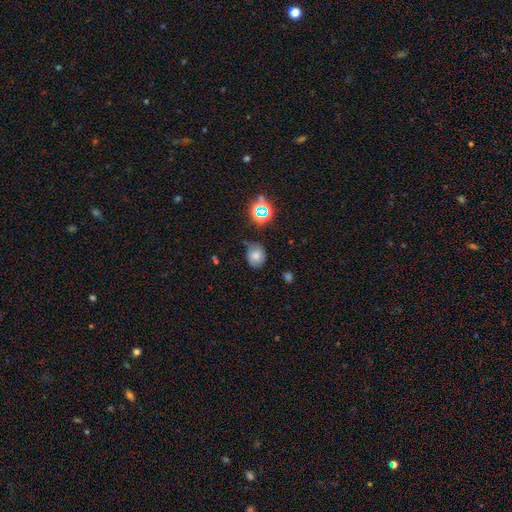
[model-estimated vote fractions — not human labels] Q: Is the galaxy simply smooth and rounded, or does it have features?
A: smooth — 72%.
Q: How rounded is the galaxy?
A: round — 70%.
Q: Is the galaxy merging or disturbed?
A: none — 64%.